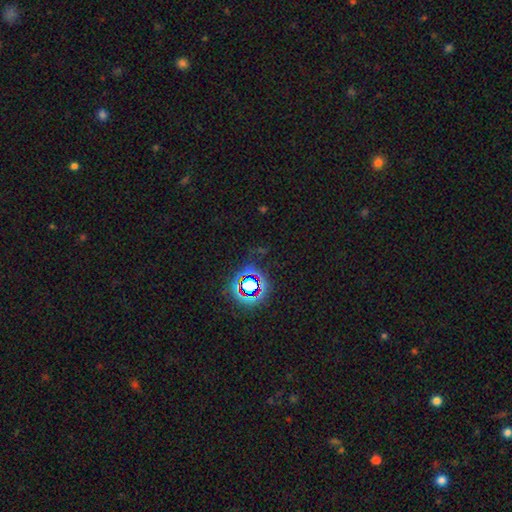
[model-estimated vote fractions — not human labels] Smooth or featured? star or artifact (72%)